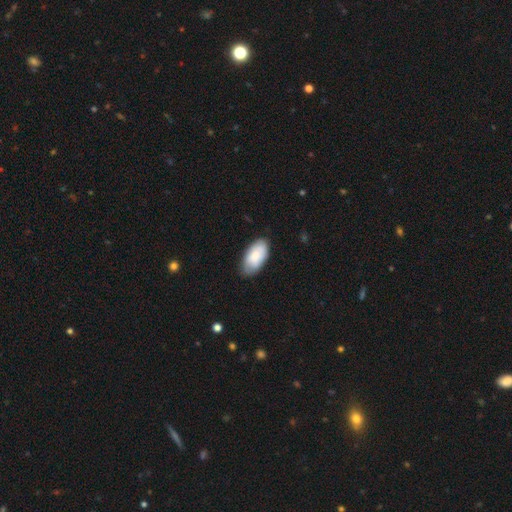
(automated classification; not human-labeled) Smooth or featured? smooth (74%)
How rounded? in between (95%)
Merging? none (77%)